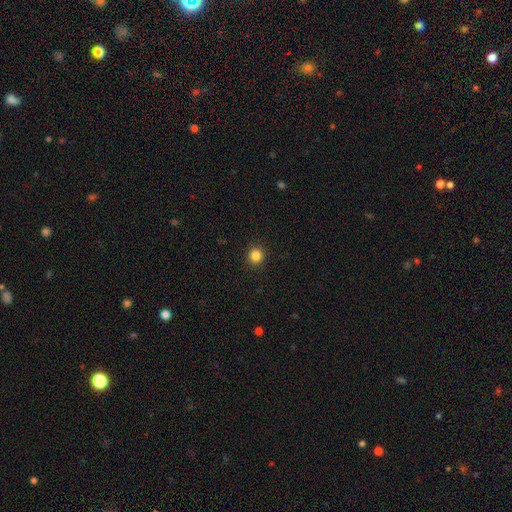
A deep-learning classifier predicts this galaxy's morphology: A smooth galaxy with no disk features (85%) that is round (92%). Merging: none (92%).